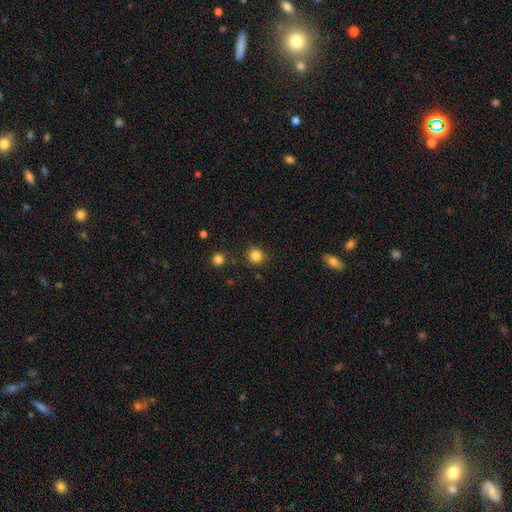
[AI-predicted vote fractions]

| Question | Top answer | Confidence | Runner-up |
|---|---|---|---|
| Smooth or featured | smooth | 84% | star or artifact (12%) |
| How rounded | round | 90% | in between (9%) |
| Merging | none | 87% | minor disturbance (8%) |